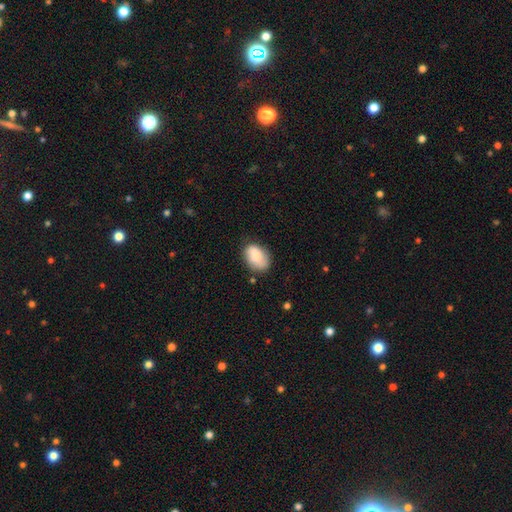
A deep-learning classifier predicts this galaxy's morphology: type=smooth (78%); roundness=in between (83%); merging=none (68%).